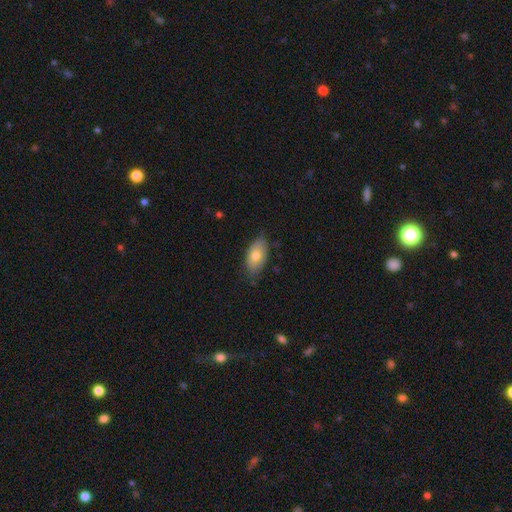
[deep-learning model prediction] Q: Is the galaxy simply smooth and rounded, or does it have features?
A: smooth — 74%.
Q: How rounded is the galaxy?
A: in between — 92%.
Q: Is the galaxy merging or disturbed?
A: none — 74%.